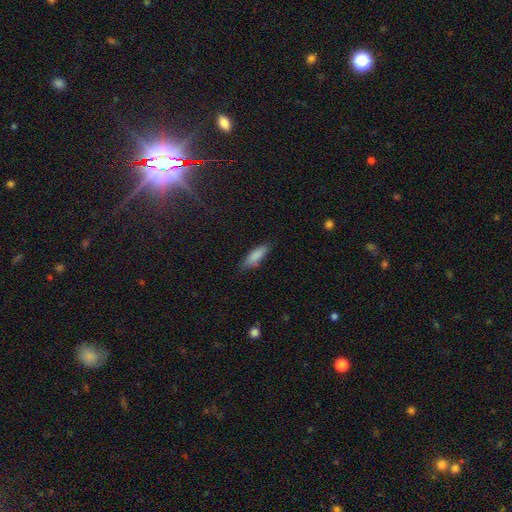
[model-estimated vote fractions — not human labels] smooth 85%, featured or disk 8%, star or artifact 7%. Down the decision tree: how rounded — in between (53%); merging — none (79%).